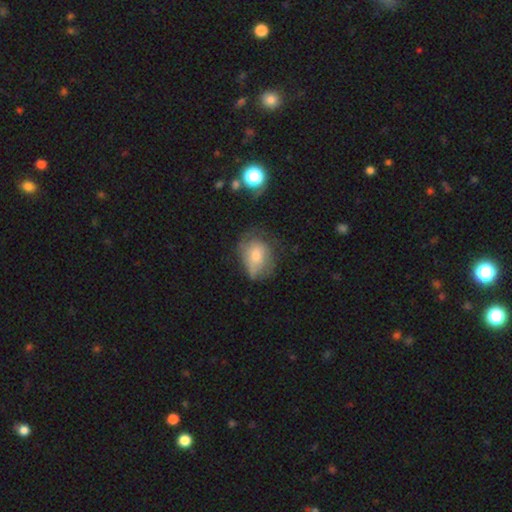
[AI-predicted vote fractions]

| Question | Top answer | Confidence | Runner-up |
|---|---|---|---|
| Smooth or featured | smooth | 61% | featured or disk (29%) |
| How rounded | in between | 57% | round (42%) |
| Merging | none | 43% | minor disturbance (34%) |